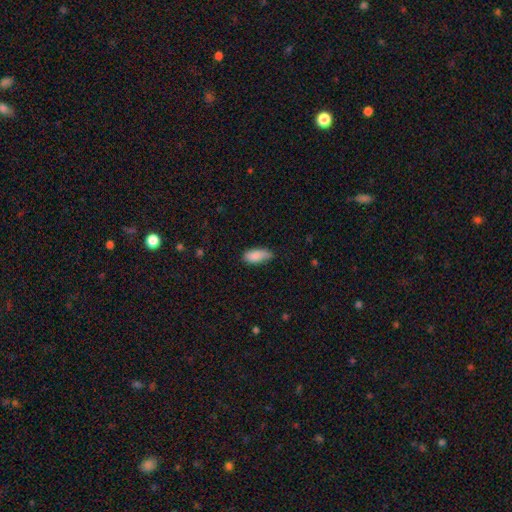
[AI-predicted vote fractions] smooth-or-featured: smooth: 86% | featured or disk: 7% | star or artifact: 7%
  how-rounded: in between: 86% | cigar-shaped: 12% | round: 2%
  merging: none: 60% | minor disturbance: 32% | major disturbance: 6% | merger: 2%